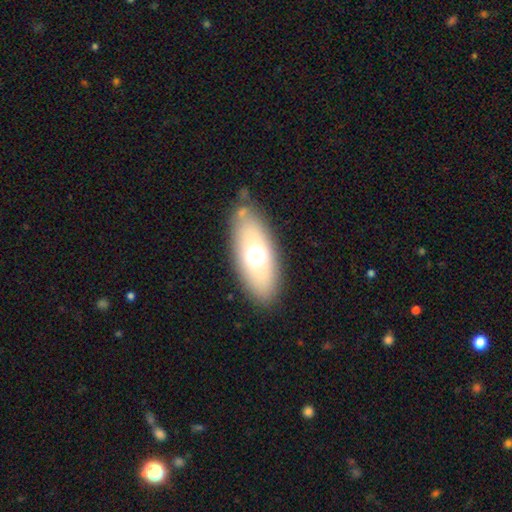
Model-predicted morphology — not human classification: Smooth or featured? smooth (58%)
How rounded? in between (78%)
Merging? none (81%)